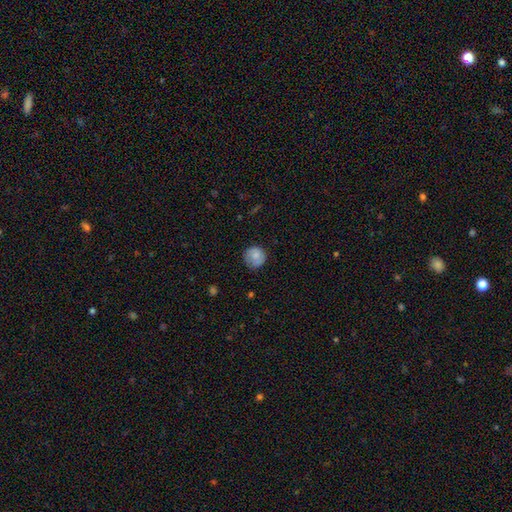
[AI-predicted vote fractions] smooth-or-featured: smooth: 79% | featured or disk: 13% | star or artifact: 8%
  how-rounded: round: 90% | in between: 9% | cigar-shaped: 1%
  merging: none: 73% | minor disturbance: 21% | major disturbance: 5% | merger: 1%